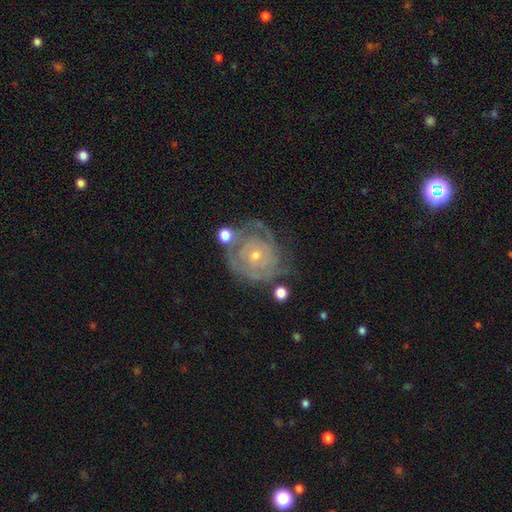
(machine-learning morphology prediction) featured or disk 79%, smooth 14%, star or artifact 7%. Down the decision tree: edge-on disk — no (97%); bar — no (82%); spiral arms — yes (84%); spiral arm count — can't tell (49%); spiral winding — tight (76%); bulge size — small (72%); merging — none (57%).